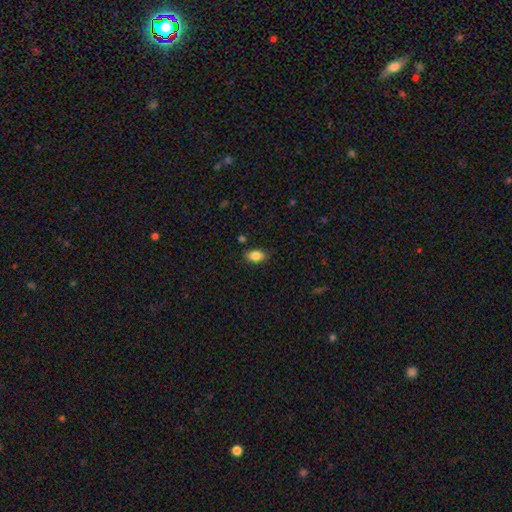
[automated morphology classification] Smooth or featured? smooth (85%)
How rounded? in between (88%)
Merging? none (80%)